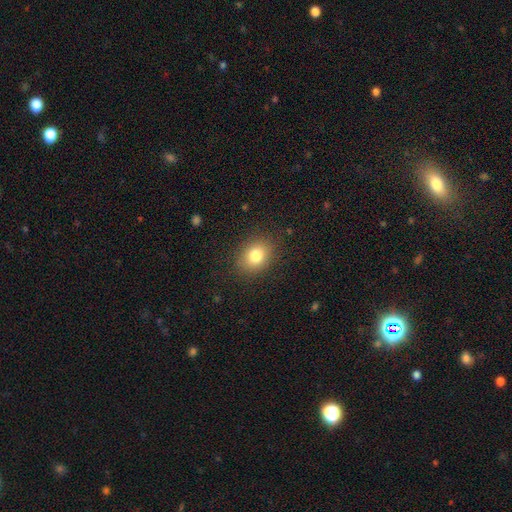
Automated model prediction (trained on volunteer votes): This appears to be a smooth galaxy with no disk features (80%) that is round (52%). Merging: none (87%).